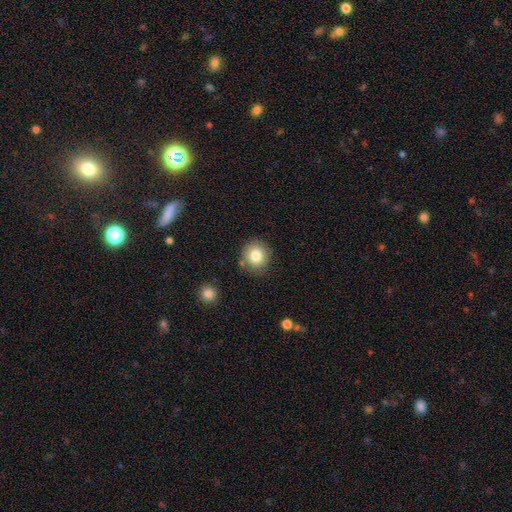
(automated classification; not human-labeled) This appears to be a smooth galaxy with no disk features (80%) that is round (90%). Merging: none (82%).